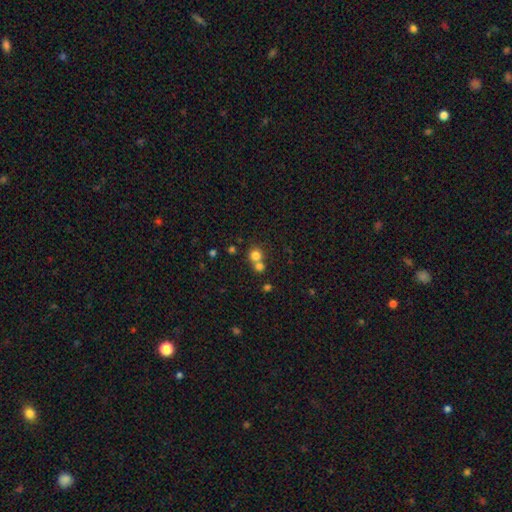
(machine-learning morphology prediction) smooth 77%, star or artifact 14%, featured or disk 9%. Down the decision tree: how rounded — round (89%); merging — none (49%).